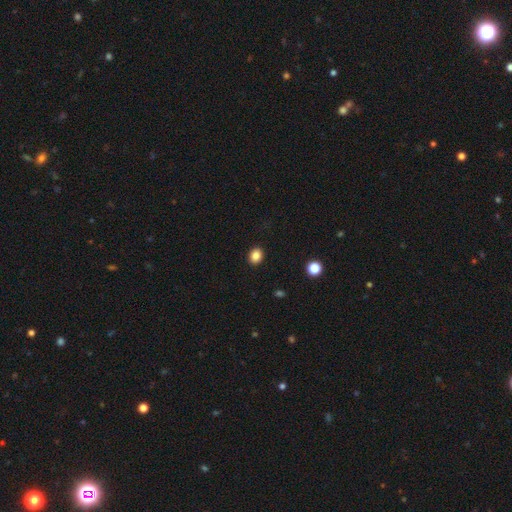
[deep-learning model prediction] Smooth or featured: smooth — 86% (star or artifact — 10%)
How rounded: round — 54% (in between — 45%)
Merging: none — 91% (minor disturbance — 6%)